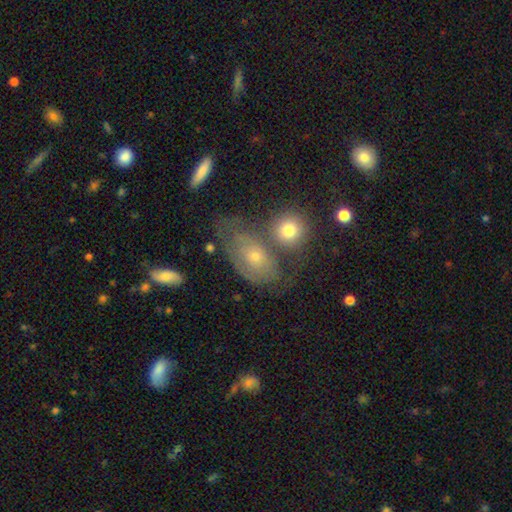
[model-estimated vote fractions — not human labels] smooth-or-featured: featured or disk: 47% | smooth: 43% | star or artifact: 10%
  merging: none: 41% | minor disturbance: 24% | merger: 19% | major disturbance: 17%